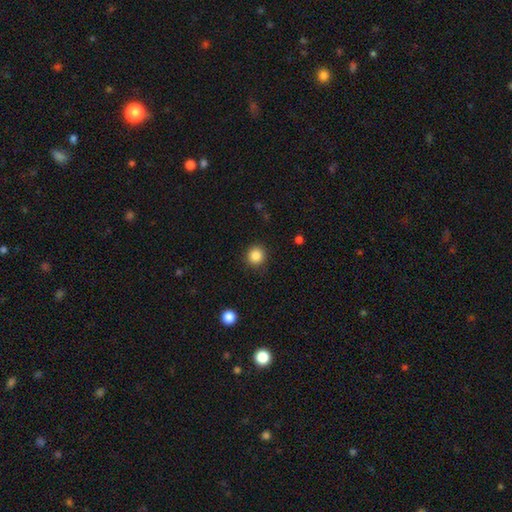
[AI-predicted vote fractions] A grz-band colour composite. It shows a smooth galaxy with no disk features (86%) that is round (93%). Merging: none (89%).